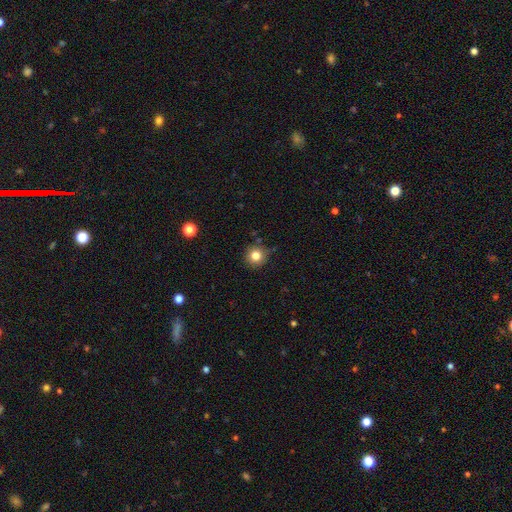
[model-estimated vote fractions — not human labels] Smooth or featured: smooth — 82% (star or artifact — 12%)
How rounded: round — 94% (in between — 5%)
Merging: none — 84% (minor disturbance — 11%)